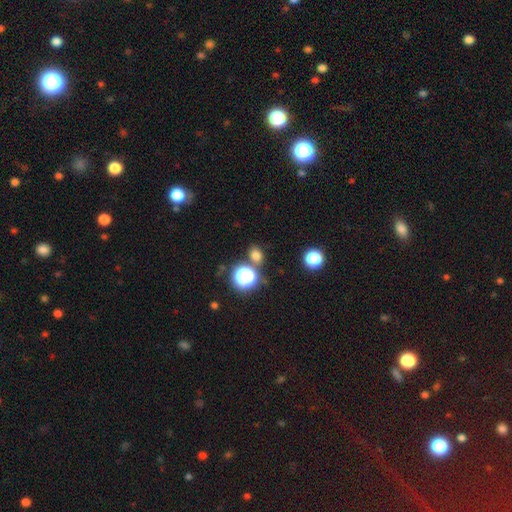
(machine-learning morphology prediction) Smooth or featured: smooth — 70% (star or artifact — 23%)
How rounded: round — 54% (in between — 44%)
Merging: none — 76% (merger — 11%)